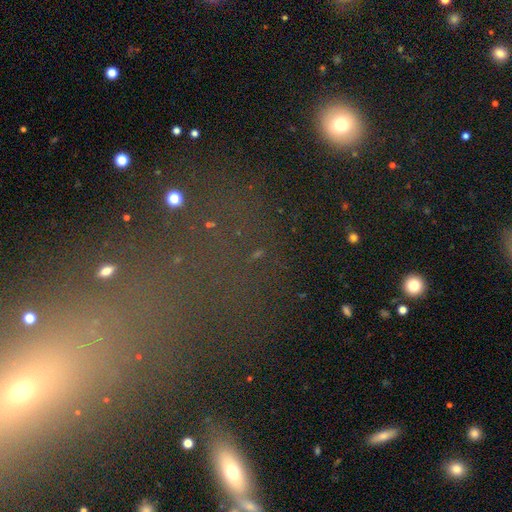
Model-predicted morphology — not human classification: A star or artifact, not a galaxy (46%).

Vote fractions:
- Smooth or featured? star or artifact: 46% / smooth: 38% / featured or disk: 15%